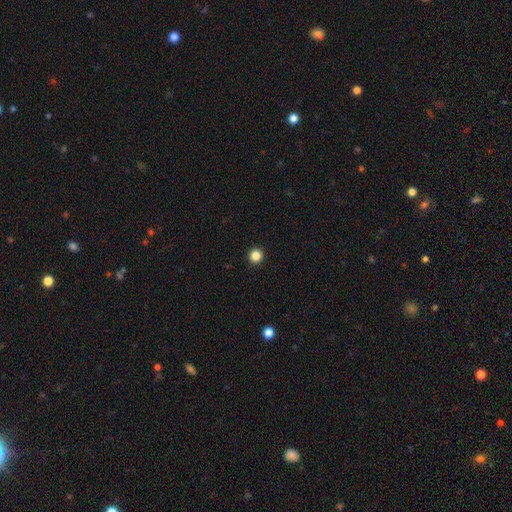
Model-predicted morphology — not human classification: smooth 85%, star or artifact 12%, featured or disk 3%. Down the decision tree: how rounded — round (95%); merging — none (94%).